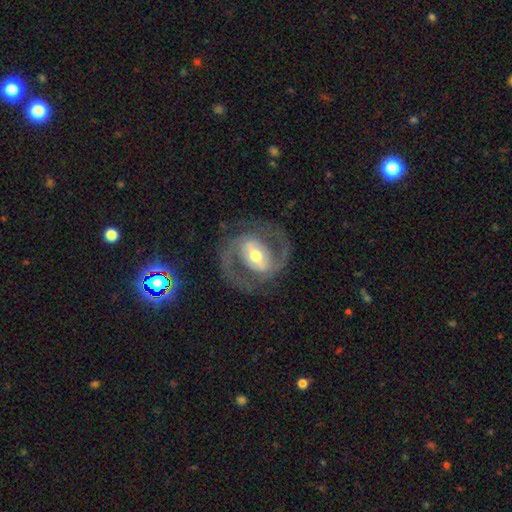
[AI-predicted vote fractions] The model was most divided on "bar": strong: 43%, weak: 38%, no: 18%. More confident: edge-on disk — no (97%); spiral arms — yes (92%); spiral arm count — 2 (91%); smooth or featured — featured or disk (87%); merging — none (79%); bulge size — moderate (67%); spiral winding — medium (57%).